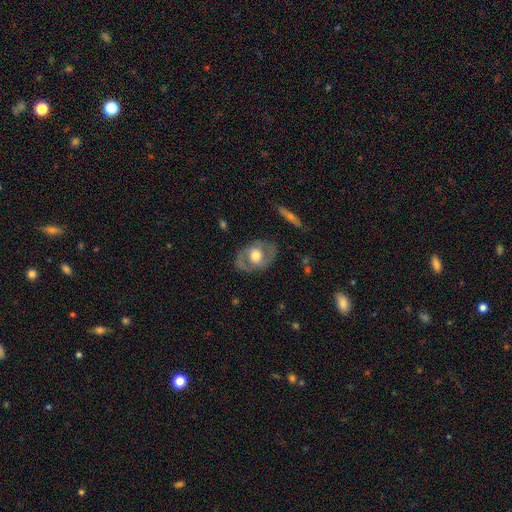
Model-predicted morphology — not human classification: A featured or disk galaxy (60%) with no bar (69%), no spiral arms (53%) and a moderate central bulge (62%).

Vote fractions:
- Smooth or featured? featured or disk: 60% / smooth: 34% / star or artifact: 6%
- Edge-on disk? no: 93% / yes: 7%
- Bar? no: 69% / weak: 24% / strong: 8%
- Spiral arms? no: 53% / yes: 47%
- Bulge size? moderate: 62% / large: 29% / small: 6% / dominant: 2% / none: 1%
- Merging? none: 77% / minor disturbance: 15% / major disturbance: 7% / merger: 1%